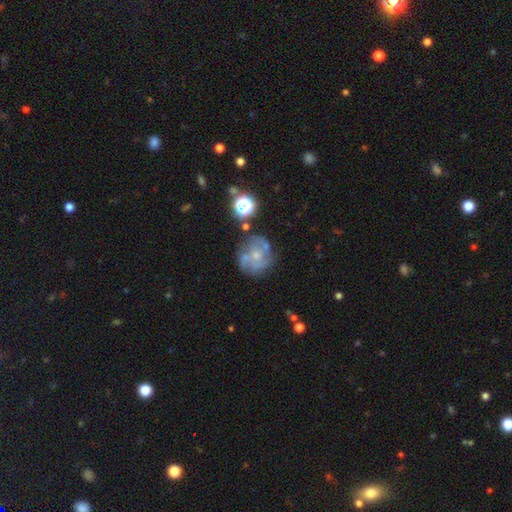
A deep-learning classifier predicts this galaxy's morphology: smooth-or-featured: featured or disk: 64% | smooth: 23% | star or artifact: 13%
  disk-edge-on: no: 98% | yes: 2%
    bar: no: 78% | weak: 19% | strong: 3%
    has-spiral-arms: yes: 70% | no: 30%
    bulge-size: small: 58% | moderate: 30% | none: 9% | large: 2% | dominant: 1%
  merging: none: 60% | minor disturbance: 19% | major disturbance: 12% | merger: 8%